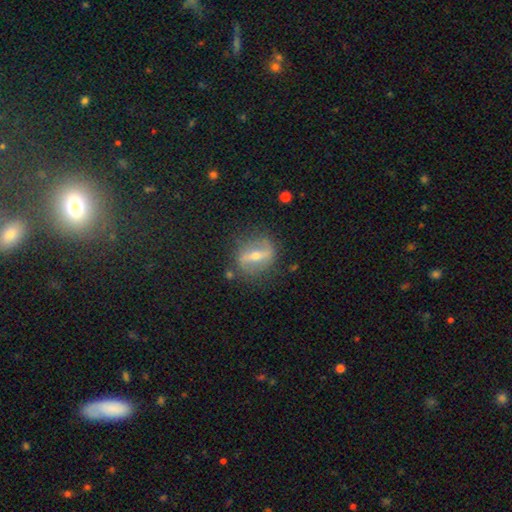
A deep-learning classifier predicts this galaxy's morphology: This appears to be a featured or disk galaxy (74%) with a strong bar (74%), spiral arms (57%) and a moderate central bulge (52%). Merging: none (78%).